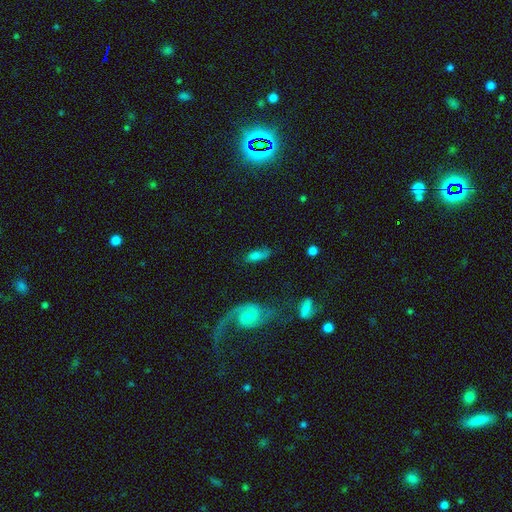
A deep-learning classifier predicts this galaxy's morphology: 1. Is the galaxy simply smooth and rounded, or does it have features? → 59% smooth, 30% featured or disk, 11% star or artifact.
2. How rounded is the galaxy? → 75% in between, 20% cigar-shaped, 5% round.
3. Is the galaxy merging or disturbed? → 56% none, 24% minor disturbance, 13% major disturbance, 7% merger.